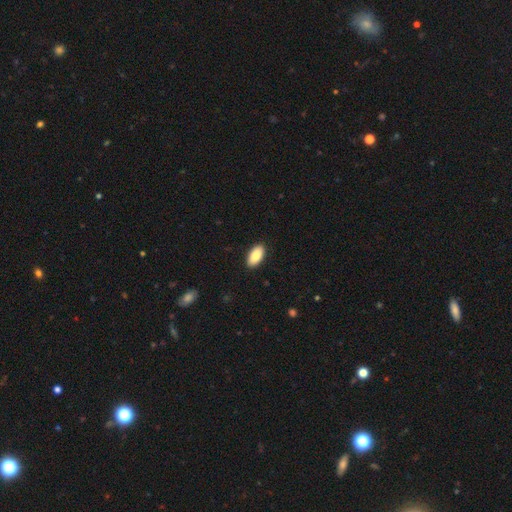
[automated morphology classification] Smooth or featured? Predicted: smooth (p=0.87). How rounded? Predicted: in between (p=0.93). Merging? Predicted: none (p=0.90).